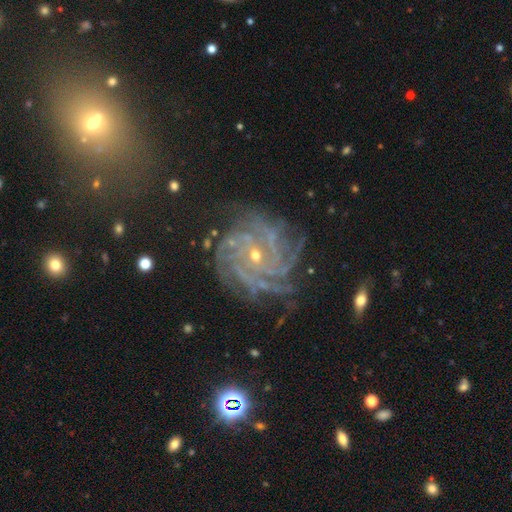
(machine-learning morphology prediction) smooth_or_featured: featured or disk (p=0.86) [alt: star or artifact p=0.09]
disk_edge_on: no (p=0.97) [alt: yes p=0.03]
bar: no (p=0.68) [alt: weak p=0.25]
has_spiral_arms: yes (p=0.97) [alt: no p=0.03]
spiral_winding: tight (p=0.70) [alt: medium p=0.25]
spiral_arm_count: more than 4 (p=0.32) [alt: can't tell p=0.22]
bulge_size: small (p=0.73) [alt: moderate p=0.24]
merging: none (p=0.72) [alt: minor disturbance p=0.16]